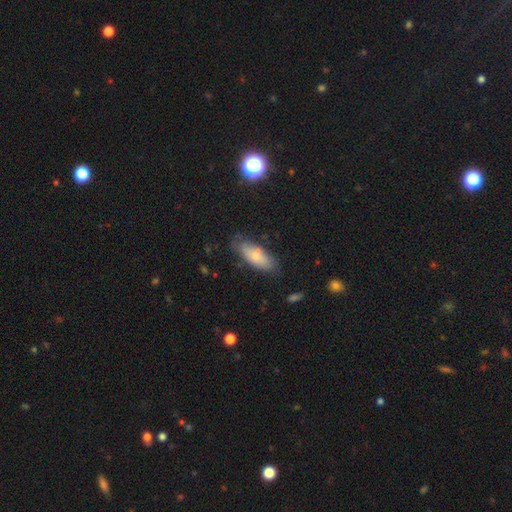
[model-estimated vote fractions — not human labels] This appears to be a smooth galaxy with no disk features (70%) that is in between round and cigar-shaped (75%). Merging: none (65%).